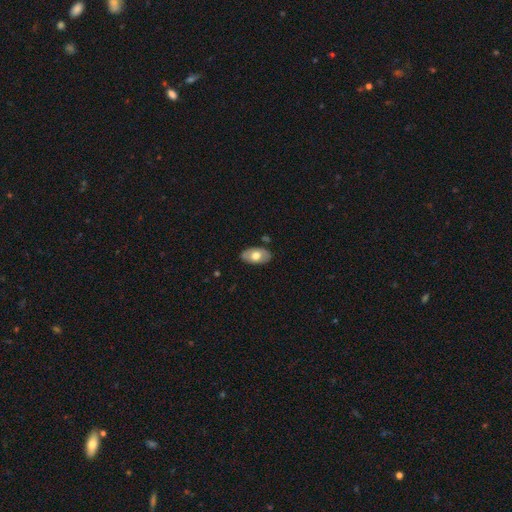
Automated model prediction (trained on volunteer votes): A smooth galaxy with no disk features (61%) that is in between round and cigar-shaped (93%). Merging: none (83%).